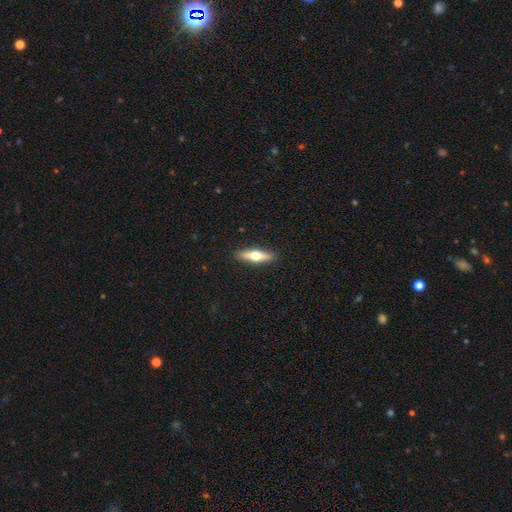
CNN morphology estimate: A featured or disk galaxy (52%) viewed edge-on (92%).

Vote fractions:
- Smooth or featured? featured or disk: 52% / smooth: 43% / star or artifact: 6%
- Edge-on disk? yes: 92% / no: 8%
- Merging? none: 90% / minor disturbance: 7% / major disturbance: 2% / merger: 1%